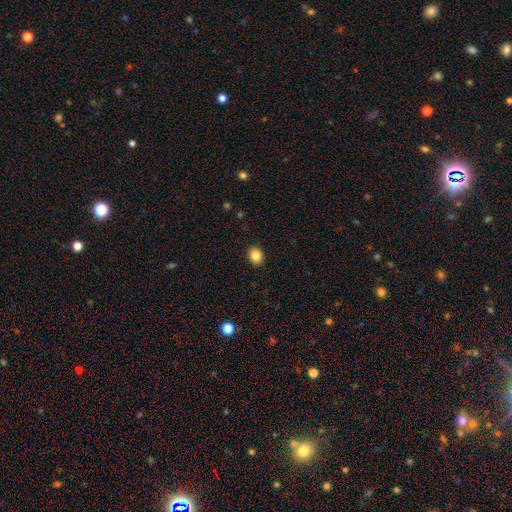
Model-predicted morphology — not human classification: type=smooth (85%); roundness=round (50%); merging=none (91%).